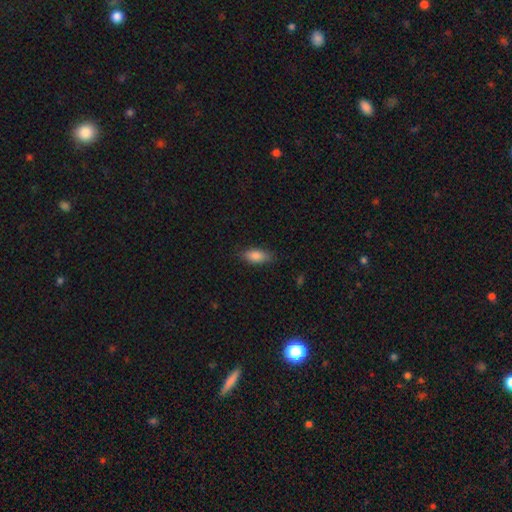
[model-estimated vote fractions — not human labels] smooth 84%, featured or disk 9%, star or artifact 7%. Down the decision tree: how rounded — in between (84%); merging — none (80%).